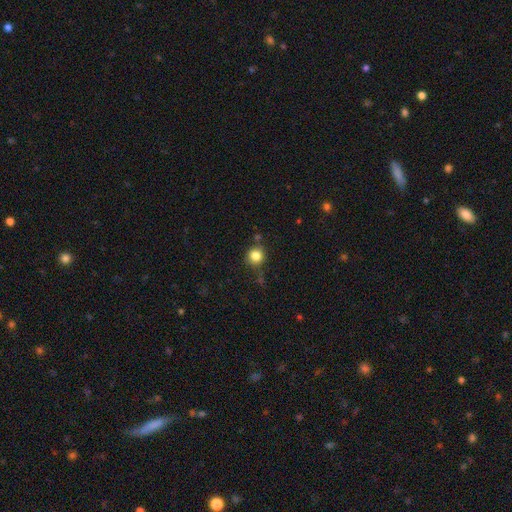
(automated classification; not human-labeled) This appears to be a smooth galaxy with no disk features (83%) that is round (86%). Merging: none (75%).